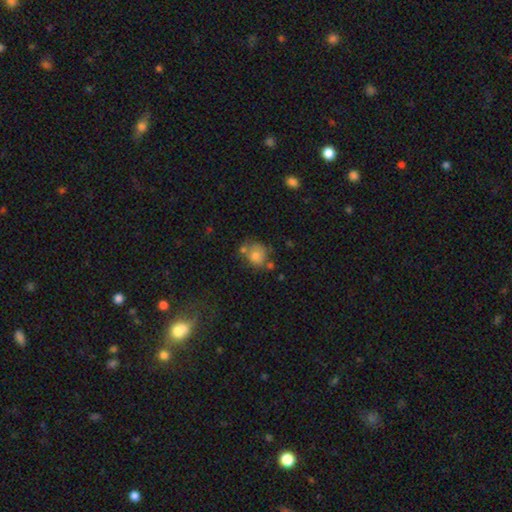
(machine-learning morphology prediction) Smooth or featured? smooth (73%)
How rounded? round (75%)
Merging? none (49%)